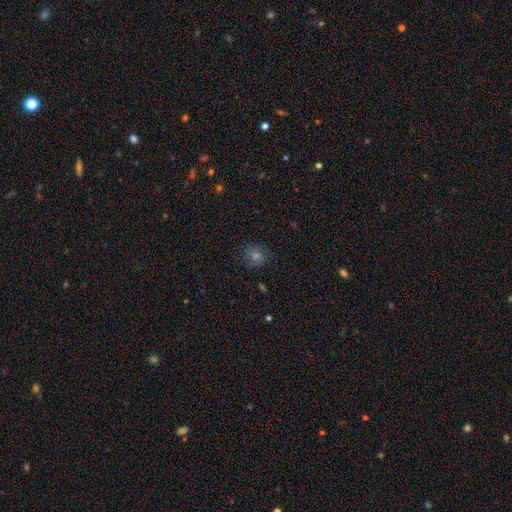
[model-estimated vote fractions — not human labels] Smooth or featured? Predicted: smooth (p=0.62). How rounded? Predicted: round (p=0.88). Merging? Predicted: none (p=0.85).